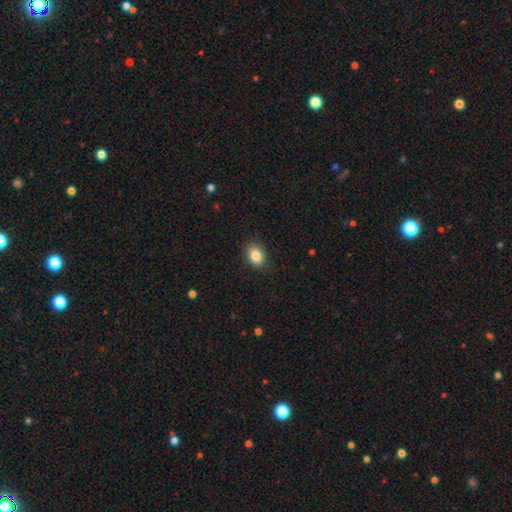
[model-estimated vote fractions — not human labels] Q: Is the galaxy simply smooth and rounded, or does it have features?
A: smooth — 86%.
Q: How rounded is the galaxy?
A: in between — 70%.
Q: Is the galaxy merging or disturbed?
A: none — 87%.